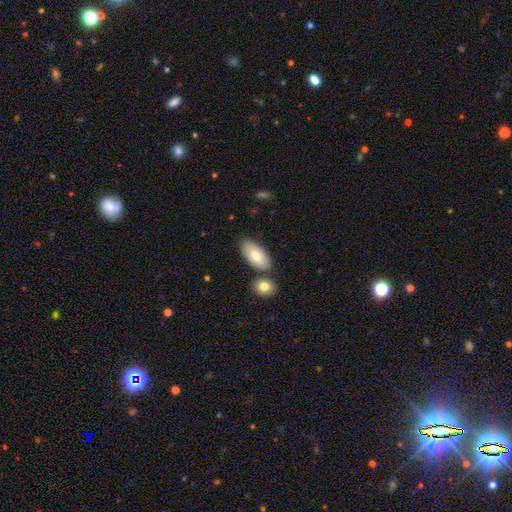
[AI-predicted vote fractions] Q: Smooth or featured?
A: smooth (74%); runner-up: featured or disk (20%)
Q: How rounded?
A: in between (93%); runner-up: cigar-shaped (4%)
Q: Merging?
A: none (72%); runner-up: merger (14%)